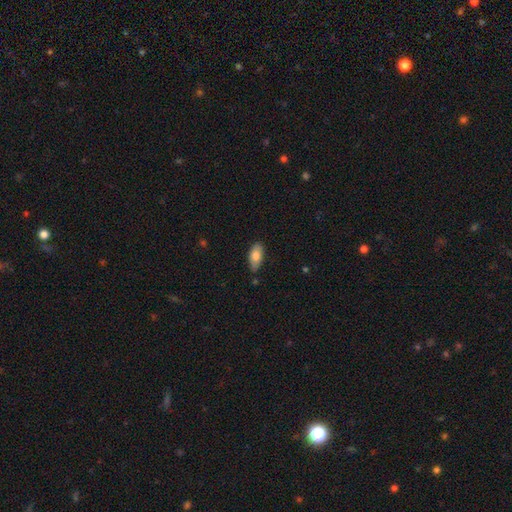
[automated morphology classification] Smooth or featured? smooth (78%)
How rounded? in between (88%)
Merging? none (76%)